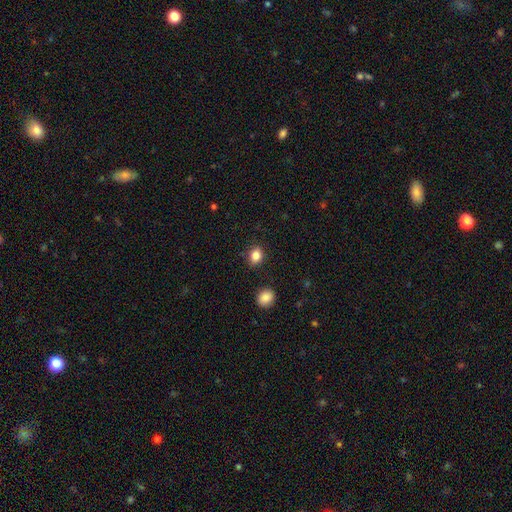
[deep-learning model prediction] The model was most divided on "how rounded": in between: 59%, round: 40%, cigar-shaped: 1%. More confident: merging — none (86%); smooth or featured — smooth (84%).